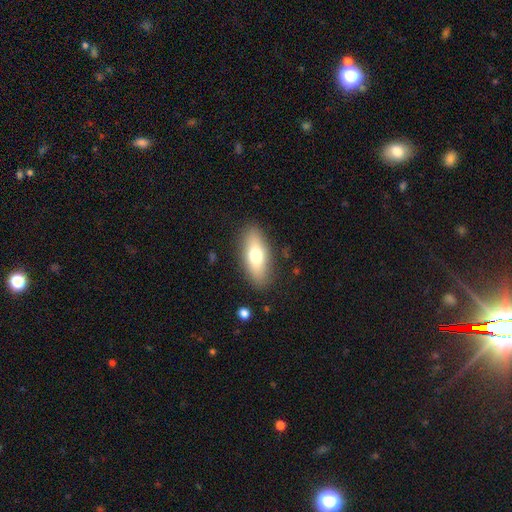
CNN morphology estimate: Smooth or featured?
  - smooth: 70% *
  - featured or disk: 23%
  - star or artifact: 7%
How rounded?
  - in between: 73% *
  - cigar-shaped: 23%
  - round: 3%
Merging?
  - none: 86% *
  - minor disturbance: 10%
  - major disturbance: 3%
  - merger: 1%